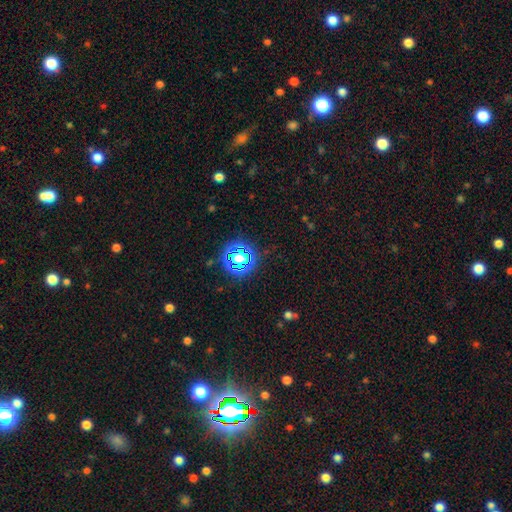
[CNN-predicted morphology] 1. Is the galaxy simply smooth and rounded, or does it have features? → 79% star or artifact, 14% smooth, 7% featured or disk.